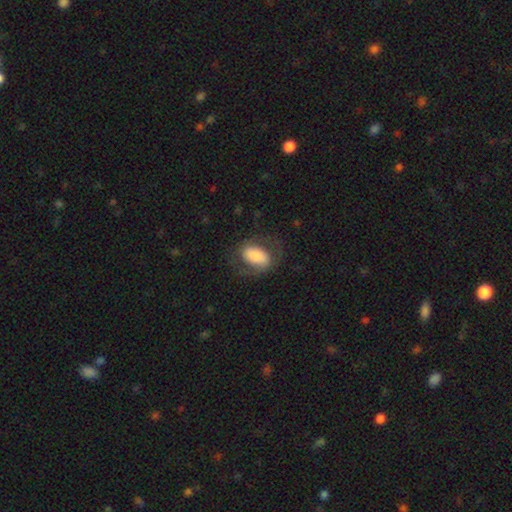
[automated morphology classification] type=smooth (55%); roundness=in between (86%); merging=none (66%).